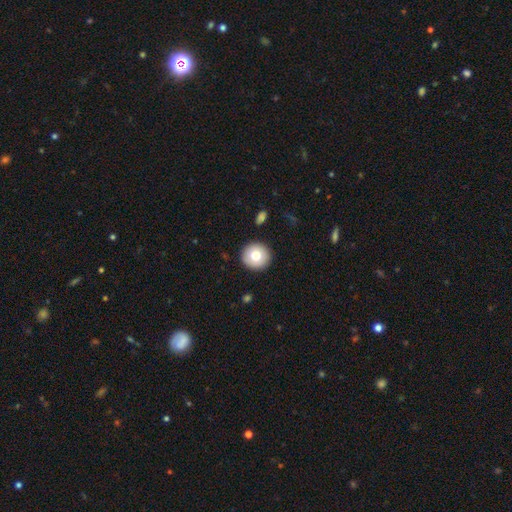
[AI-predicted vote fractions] The model was most divided on "smooth or featured": smooth: 75%, featured or disk: 17%, star or artifact: 9%. More confident: how rounded — round (94%); merging — none (92%).